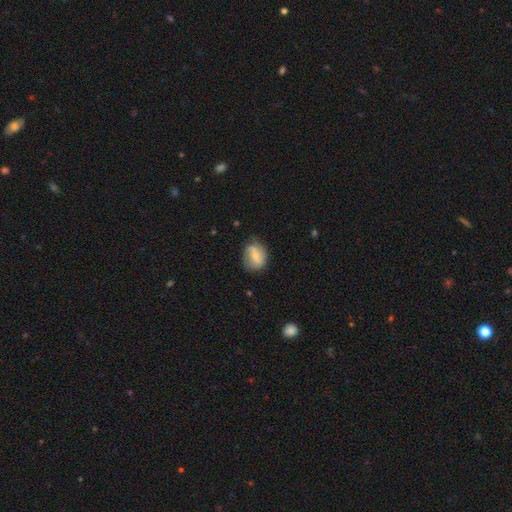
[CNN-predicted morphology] A smooth galaxy with no disk features (52%) that is in between round and cigar-shaped (53%). Merging: none (64%).